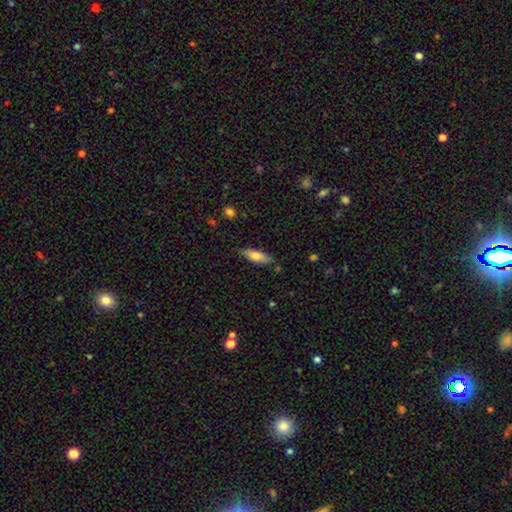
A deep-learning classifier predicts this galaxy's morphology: Q: Smooth or featured?
A: smooth (73%); runner-up: featured or disk (20%)
Q: How rounded?
A: in between (57%); runner-up: cigar-shaped (41%)
Q: Merging?
A: none (81%); runner-up: minor disturbance (14%)